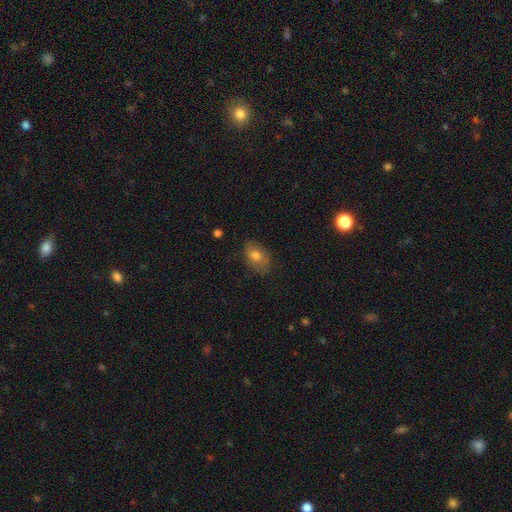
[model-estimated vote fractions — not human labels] This appears to be a smooth galaxy with no disk features (75%) that is in between round and cigar-shaped (83%). Merging: none (75%).